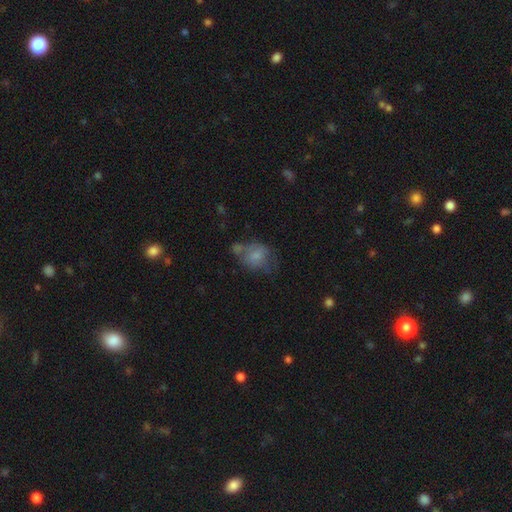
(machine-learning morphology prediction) Q: Smooth or featured?
A: smooth (68%); runner-up: featured or disk (22%)
Q: How rounded?
A: in between (56%); runner-up: round (42%)
Q: Merging?
A: none (30%); runner-up: merger (26%)